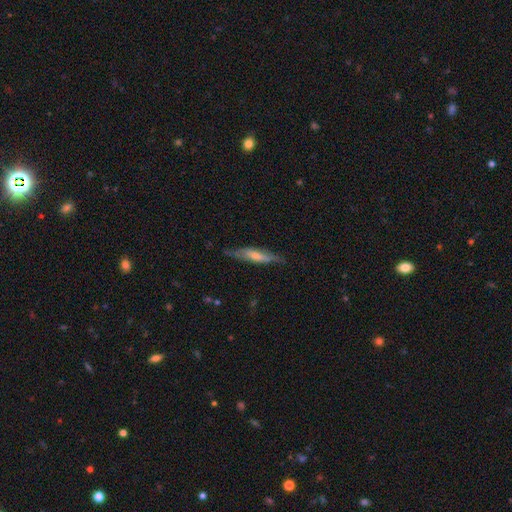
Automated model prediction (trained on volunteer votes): Q: Smooth or featured?
A: featured or disk (55%); runner-up: smooth (39%)
Q: Edge-on disk?
A: yes (73%); runner-up: no (27%)
Q: Merging?
A: none (73%); runner-up: minor disturbance (20%)